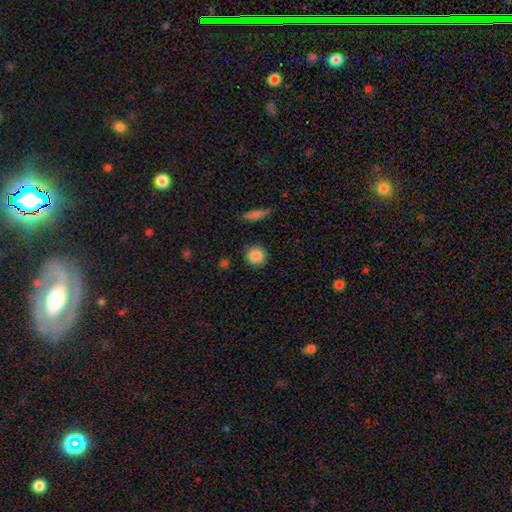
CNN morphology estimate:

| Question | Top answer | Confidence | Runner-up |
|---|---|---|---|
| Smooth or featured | smooth | 87% | star or artifact (8%) |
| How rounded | round | 90% | in between (9%) |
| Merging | none | 88% | minor disturbance (8%) |